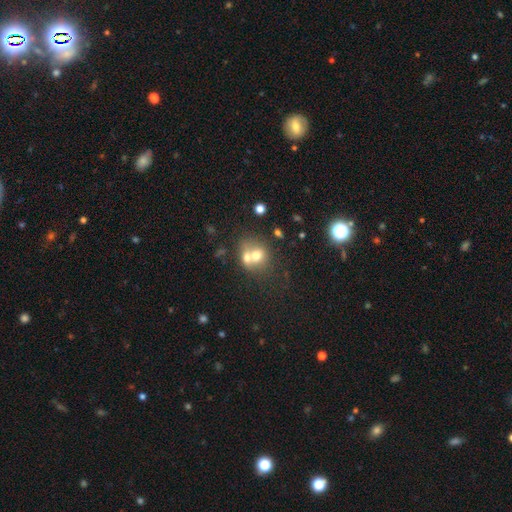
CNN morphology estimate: Smooth or featured? Predicted: smooth (p=0.64). How rounded? Predicted: round (p=0.67). Merging? Predicted: merger (p=0.60).